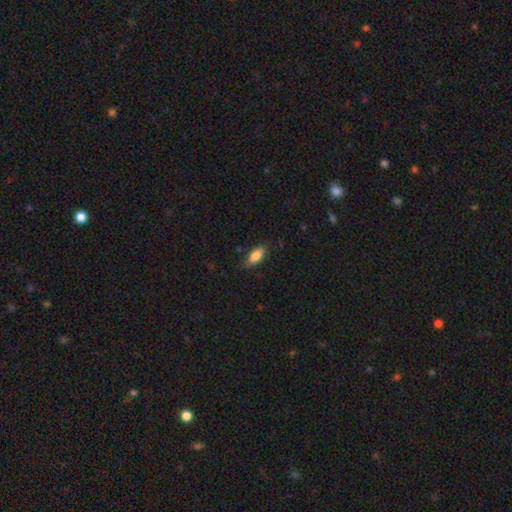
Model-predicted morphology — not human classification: This appears to be a smooth galaxy with no disk features (80%) that is in between round and cigar-shaped (82%). Merging: none (78%).